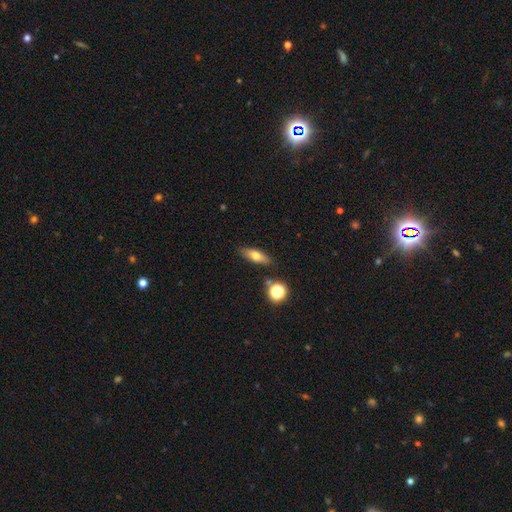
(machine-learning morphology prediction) Smooth or featured: smooth — 65% (featured or disk — 26%)
How rounded: in between — 56% (cigar-shaped — 38%)
Merging: none — 84% (minor disturbance — 10%)